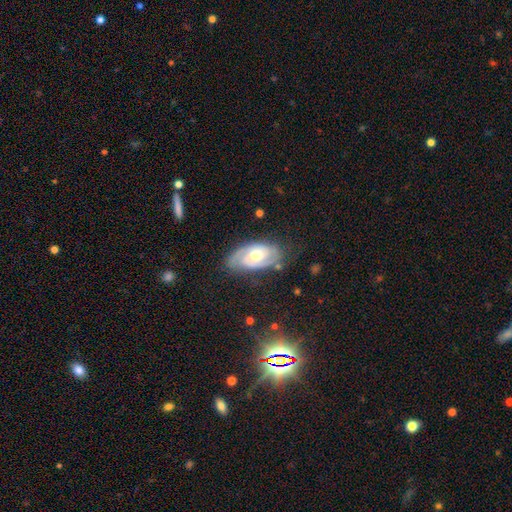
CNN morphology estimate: The model was most divided on "spiral winding": tight: 58%, medium: 33%, loose: 9%. More confident: edge-on disk — no (94%); spiral arms — yes (92%); smooth or featured — featured or disk (78%); merging — none (73%); bulge size — moderate (71%); spiral arm count — 2 (70%); bar — no (62%).